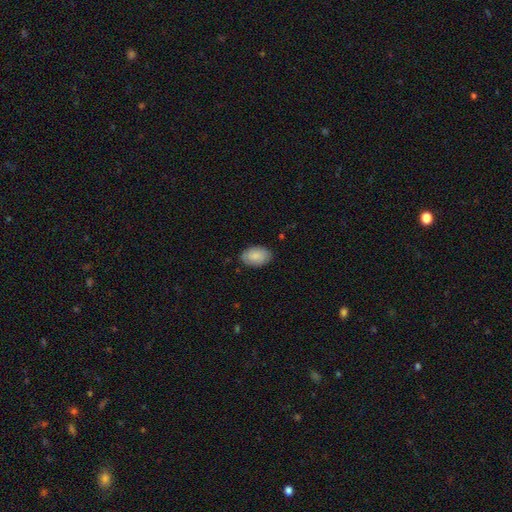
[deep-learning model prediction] Smooth or featured: smooth — 82% (featured or disk — 12%)
How rounded: in between — 88% (round — 10%)
Merging: none — 83% (minor disturbance — 14%)